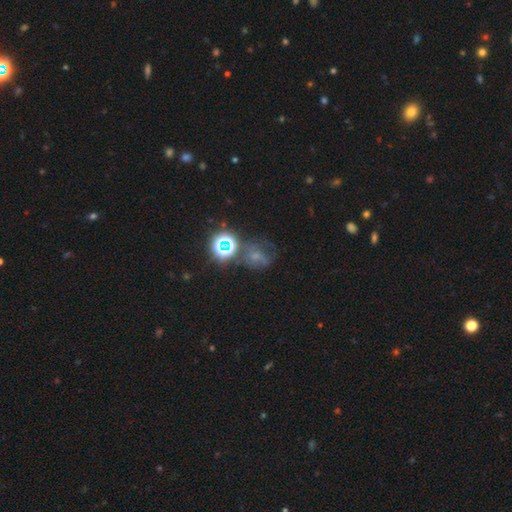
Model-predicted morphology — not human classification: smooth-or-featured: star or artifact: 38% | smooth: 37% | featured or disk: 25%